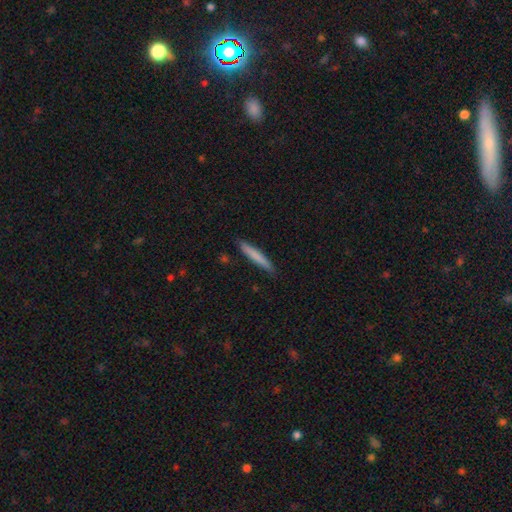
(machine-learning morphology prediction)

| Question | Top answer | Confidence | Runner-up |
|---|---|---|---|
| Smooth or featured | smooth | 76% | featured or disk (18%) |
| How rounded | cigar-shaped | 95% | in between (4%) |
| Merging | none | 88% | minor disturbance (9%) |